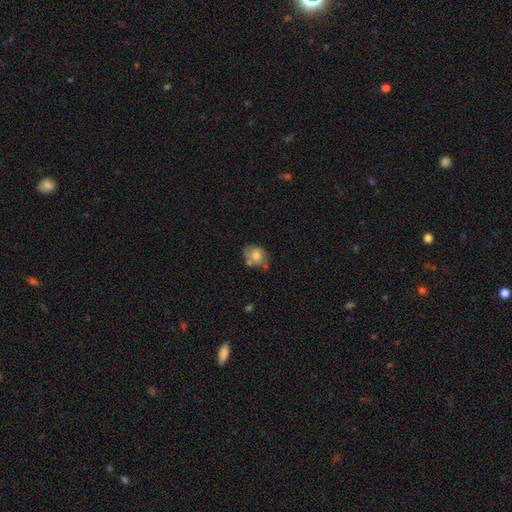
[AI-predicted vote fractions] This is likely a smooth galaxy (69%). How rounded: possibly in between (60%). Merging: possibly none (51%).